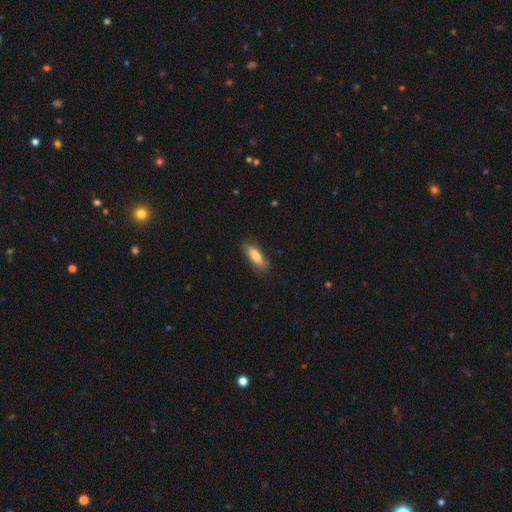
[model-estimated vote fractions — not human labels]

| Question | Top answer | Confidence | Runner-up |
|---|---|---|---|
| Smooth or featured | smooth | 80% | featured or disk (14%) |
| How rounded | in between | 63% | cigar-shaped (35%) |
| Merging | none | 82% | minor disturbance (14%) |